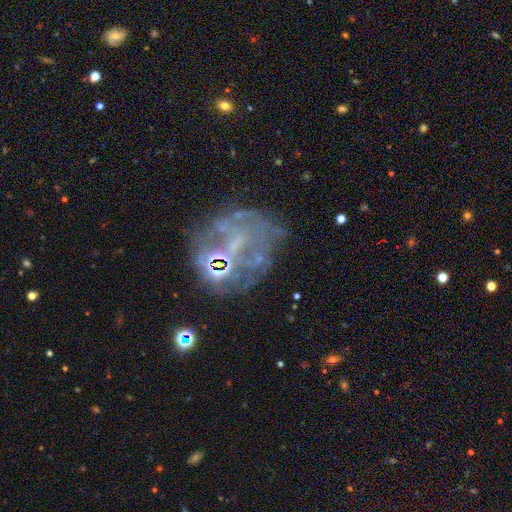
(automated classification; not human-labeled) Overall: featured or disk (55%; star or artifact 28%). Edge-on disk: no (97%). Bar: no (78%). Spiral arms: no (74%). Bulge size: none (62%; small 24%). Merging: none (46%; major disturbance 26%).